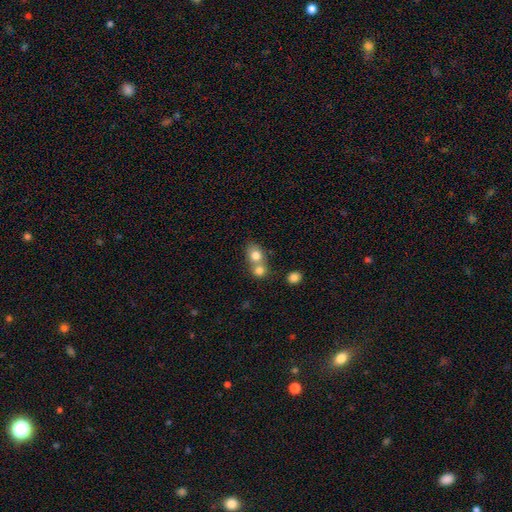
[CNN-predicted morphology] Smooth or featured? smooth (77%)
How rounded? round (62%)
Merging? merger (59%)